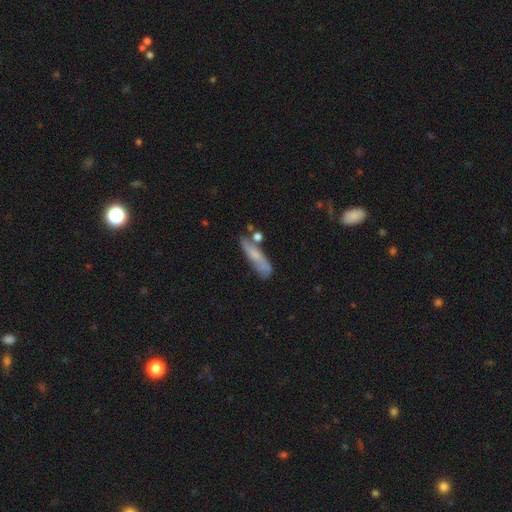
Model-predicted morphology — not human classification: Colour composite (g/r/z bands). It shows a smooth galaxy with no disk features (48%). Merging: none (52%).